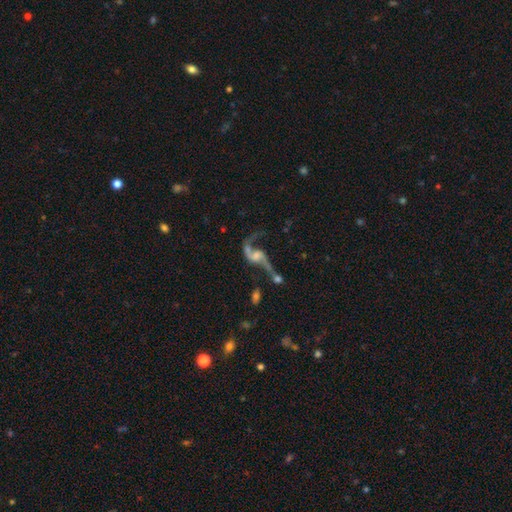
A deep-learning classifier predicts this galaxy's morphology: This is clearly a featured or disk galaxy (83%). It is clearly not viewed edge-on (95%). Bar: possibly no (54%). Spiral arm pattern: clearly yes (91%). Spiral arm count: clearly 2 (85%). Spiral winding: clearly loose (87%). Central bulge: marginally small (34%). Merging: marginally merger (32%).